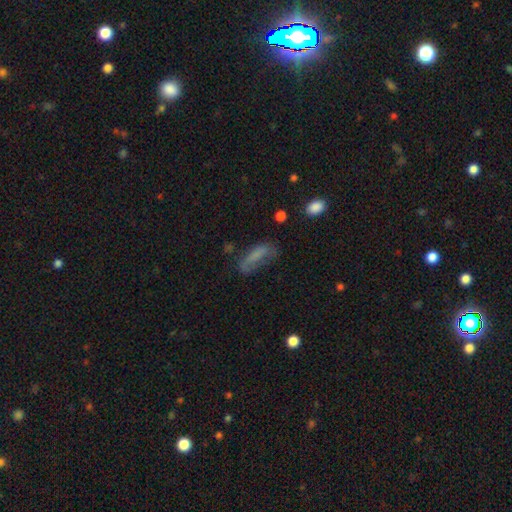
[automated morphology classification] Smooth or featured?
  - smooth: 62% *
  - featured or disk: 26%
  - star or artifact: 12%
How rounded?
  - in between: 53% *
  - cigar-shaped: 44%
  - round: 3%
Merging?
  - none: 42% *
  - minor disturbance: 29%
  - major disturbance: 25%
  - merger: 4%